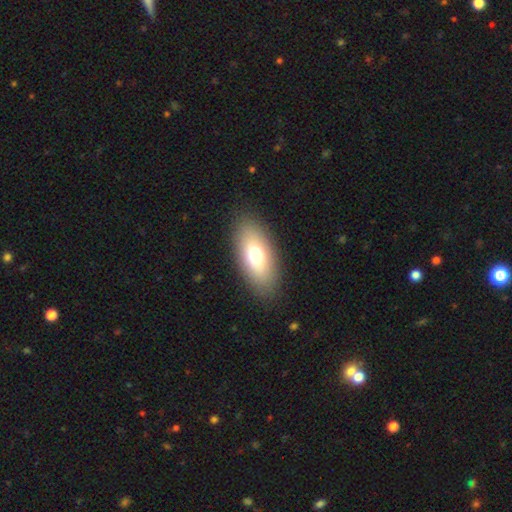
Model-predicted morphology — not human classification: smooth-or-featured: smooth: 72% | featured or disk: 19% | star or artifact: 8%
  how-rounded: in between: 88% | cigar-shaped: 8% | round: 3%
  merging: none: 87% | minor disturbance: 9% | major disturbance: 3% | merger: 1%